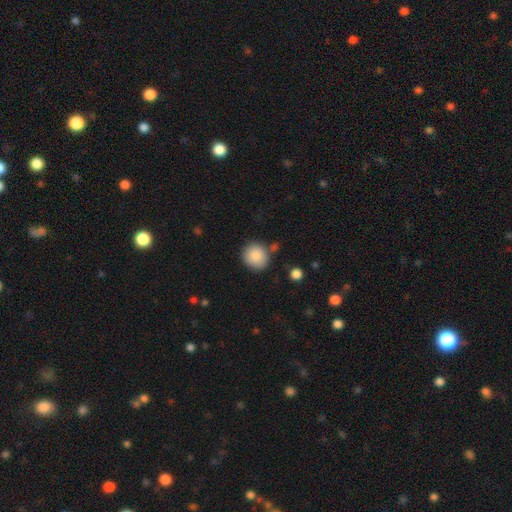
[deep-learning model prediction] Smooth or featured? Predicted: smooth (p=0.88). How rounded? Predicted: round (p=0.88). Merging? Predicted: none (p=0.79).